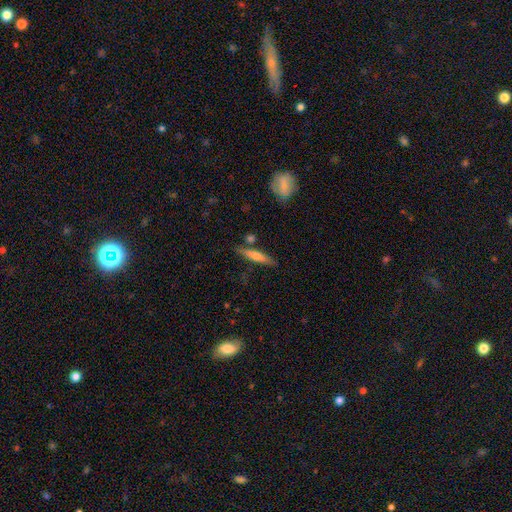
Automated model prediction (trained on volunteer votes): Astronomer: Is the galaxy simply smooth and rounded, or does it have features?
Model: smooth — 55% (runner-up: featured or disk, 39%).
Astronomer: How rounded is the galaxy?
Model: cigar-shaped — 89%.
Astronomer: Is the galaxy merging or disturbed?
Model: none — 81%.